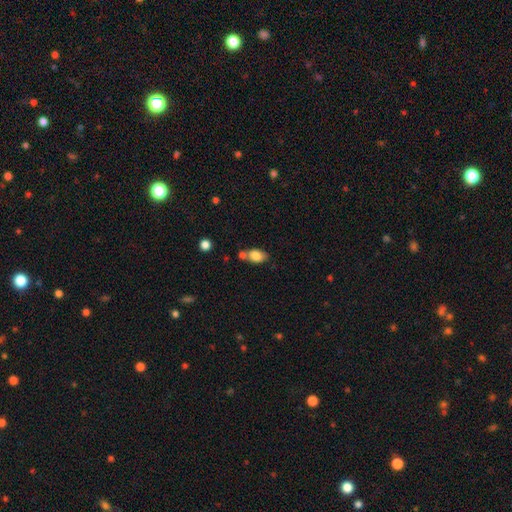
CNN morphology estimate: A smooth galaxy with no disk features (82%) that is in between round and cigar-shaped (86%).

Vote fractions:
- Smooth or featured? smooth: 82% / featured or disk: 10% / star or artifact: 8%
- How rounded? in between: 86% / round: 11% / cigar-shaped: 3%
- Merging? none: 50% / merger: 30% / minor disturbance: 16% / major disturbance: 5%